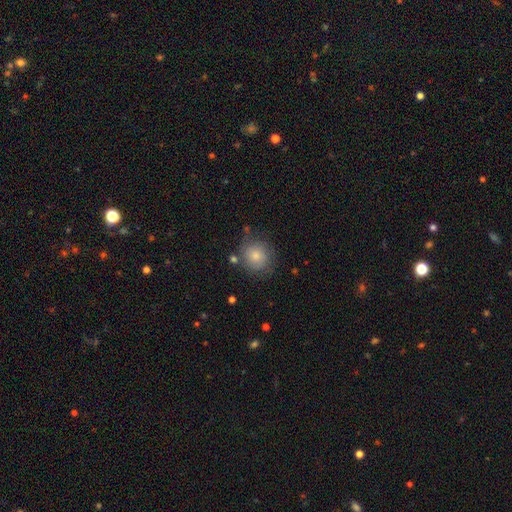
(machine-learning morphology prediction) smooth-or-featured: smooth: 77% | featured or disk: 14% | star or artifact: 8%
  how-rounded: round: 86% | in between: 14% | cigar-shaped: 1%
  merging: none: 72% | minor disturbance: 18% | major disturbance: 6% | merger: 4%